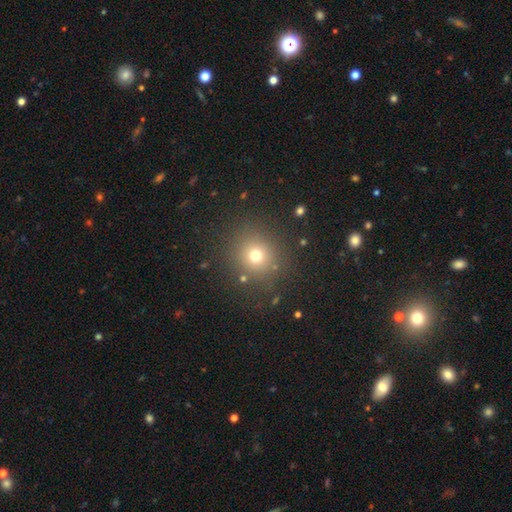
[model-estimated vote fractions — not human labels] Smooth or featured?
  - smooth: 71% *
  - star or artifact: 21%
  - featured or disk: 9%
How rounded?
  - round: 89% *
  - in between: 10%
  - cigar-shaped: 1%
Merging?
  - none: 86% *
  - minor disturbance: 8%
  - major disturbance: 4%
  - merger: 2%